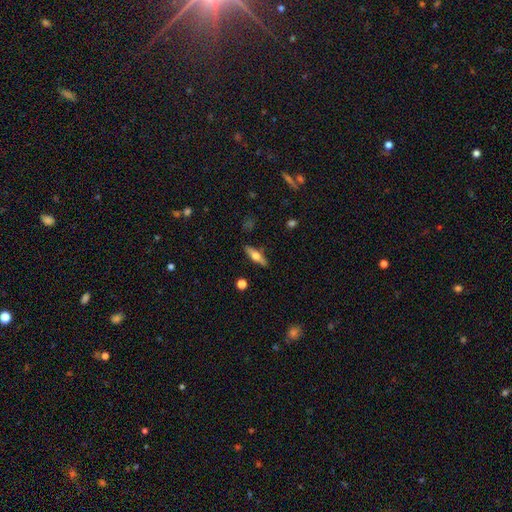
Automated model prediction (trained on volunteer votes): Smooth or featured: featured or disk — 51% (smooth — 42%)
Edge-on disk: yes — 93% (no — 7%)
Merging: none — 85% (minor disturbance — 11%)